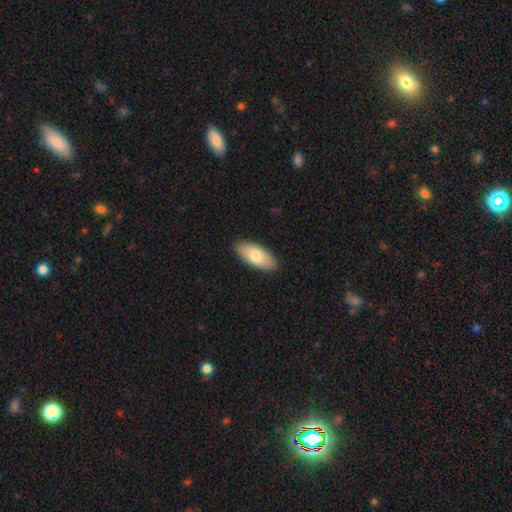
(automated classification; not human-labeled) Smooth or featured? Predicted: smooth (p=0.79). How rounded? Predicted: in between (p=0.87). Merging? Predicted: none (p=0.88).